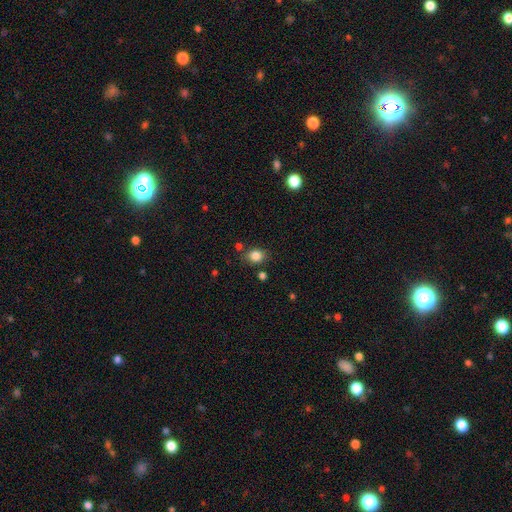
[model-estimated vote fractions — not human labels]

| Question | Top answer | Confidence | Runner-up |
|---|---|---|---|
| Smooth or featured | smooth | 83% | star or artifact (11%) |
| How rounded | round | 51% | in between (48%) |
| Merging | none | 78% | minor disturbance (13%) |